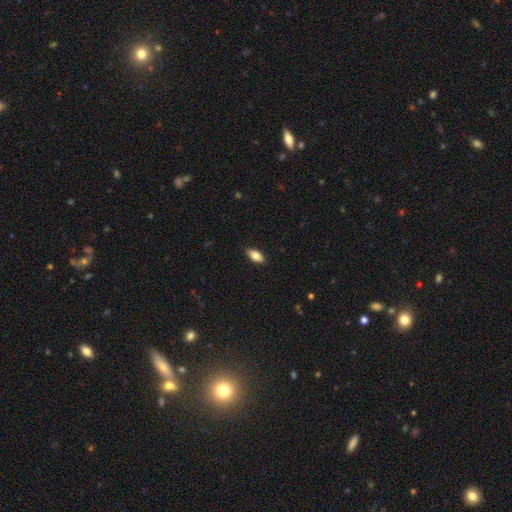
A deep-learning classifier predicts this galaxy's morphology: smooth 83%, featured or disk 10%, star or artifact 7%. Down the decision tree: how rounded — in between (90%); merging — none (89%).